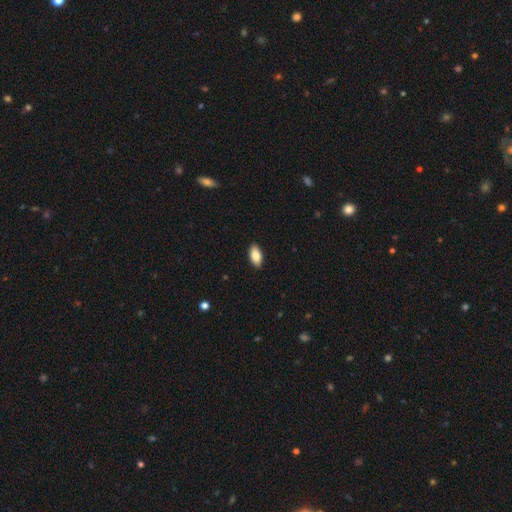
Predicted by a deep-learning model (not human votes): A smooth galaxy with no disk features (85%) that is in between round and cigar-shaped (93%).

Vote fractions:
- Smooth or featured? smooth: 85% / featured or disk: 9% / star or artifact: 7%
- How rounded? in between: 93% / cigar-shaped: 5% / round: 3%
- Merging? none: 90% / minor disturbance: 7% / major disturbance: 2% / merger: 1%